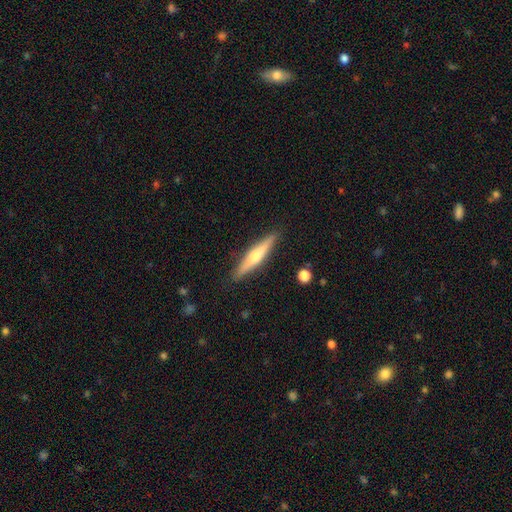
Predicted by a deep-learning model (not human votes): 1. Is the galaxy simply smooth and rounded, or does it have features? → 58% featured or disk, 36% smooth, 6% star or artifact.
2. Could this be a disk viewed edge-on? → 96% yes, 4% no.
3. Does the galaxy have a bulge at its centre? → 83% rounded, 10% none, 7% boxy.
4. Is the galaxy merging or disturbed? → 89% none, 8% minor disturbance, 2% major disturbance, 1% merger.